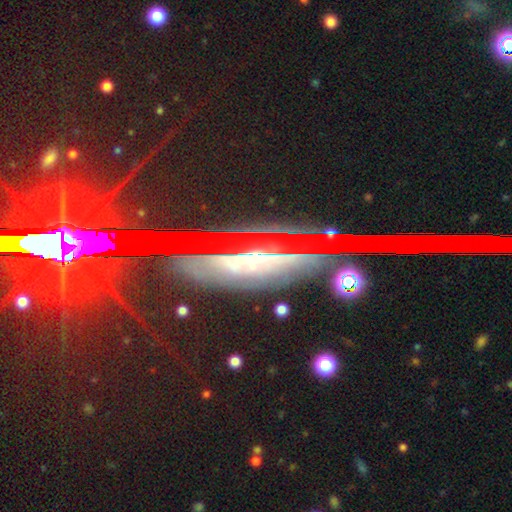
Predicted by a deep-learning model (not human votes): smooth-or-featured: featured or disk: 47% | star or artifact: 37% | smooth: 16%
  merging: none: 81% | minor disturbance: 11% | major disturbance: 5% | merger: 3%